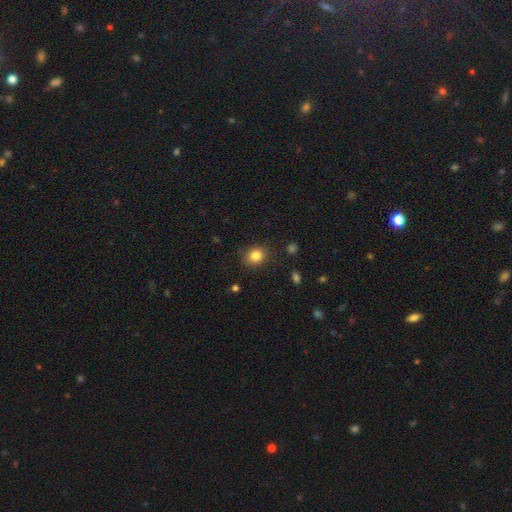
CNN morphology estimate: smooth 83%, star or artifact 11%, featured or disk 6%. Down the decision tree: how rounded — round (60%); merging — none (84%).